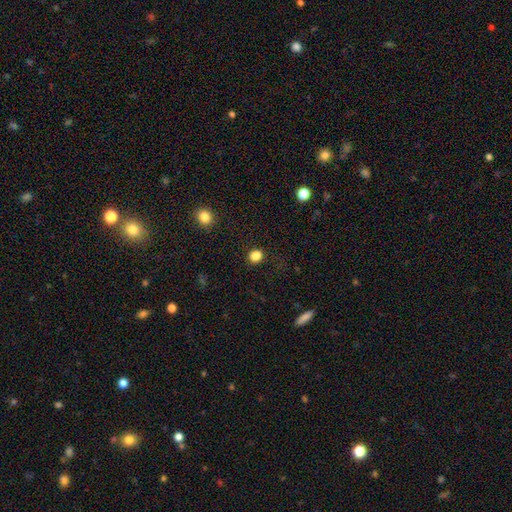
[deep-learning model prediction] Q: Smooth or featured?
A: smooth (84%); runner-up: star or artifact (13%)
Q: How rounded?
A: round (74%); runner-up: in between (25%)
Q: Merging?
A: none (85%); runner-up: minor disturbance (9%)